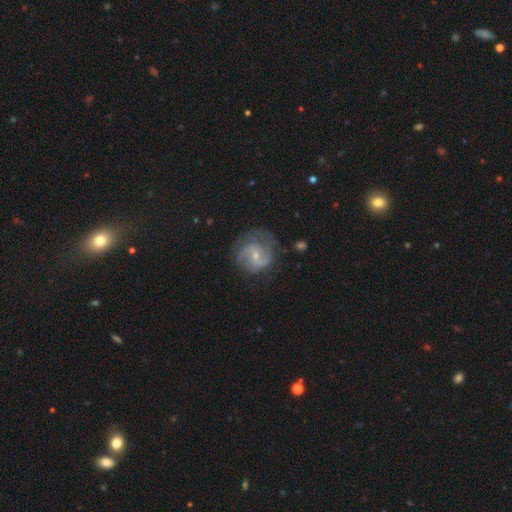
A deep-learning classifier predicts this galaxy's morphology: type=featured or disk (78%); edge-on=no (98%); bar=weak (49%); spiral arms=yes (93%); winding=medium (48%); arm count=2 (58%); bulge=small (66%); merging=none (64%).